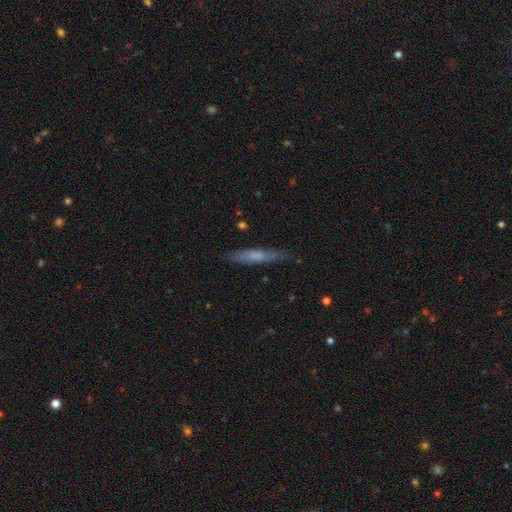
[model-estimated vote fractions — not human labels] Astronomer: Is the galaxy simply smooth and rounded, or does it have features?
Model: smooth — 55% (runner-up: featured or disk, 38%).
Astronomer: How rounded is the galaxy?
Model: cigar-shaped — 92%.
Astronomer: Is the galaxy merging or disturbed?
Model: none — 83%.